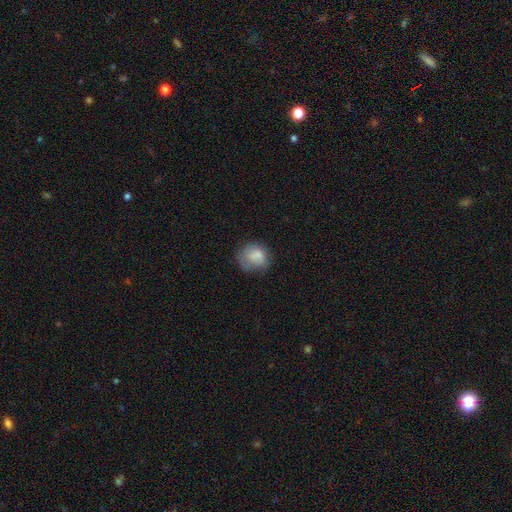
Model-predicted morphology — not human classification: This is likely a smooth galaxy (76%). How rounded: likely round (72%). Merging: possibly none (54%).